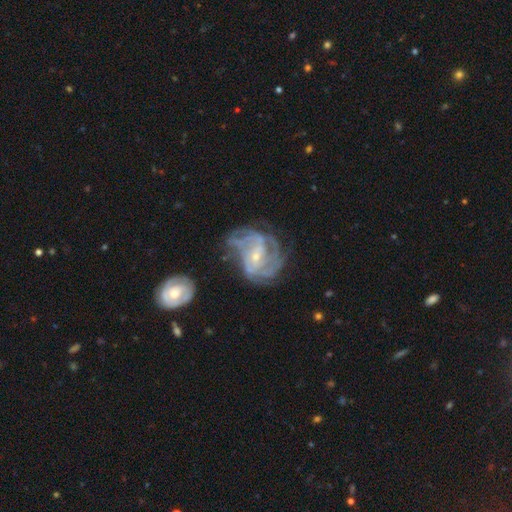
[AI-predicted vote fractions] A featured or disk galaxy (86%) with a weak bar (48%), tight (48%) spiral arms (93%) and a small central bulge (71%).

Vote fractions:
- Smooth or featured? featured or disk: 86% / smooth: 7% / star or artifact: 7%
- Edge-on disk? no: 98% / yes: 2%
- Bar? weak: 48% / no: 37% / strong: 15%
- Spiral arms? yes: 93% / no: 7%
- Spiral winding? tight: 48% / medium: 39% / loose: 12%
- Spiral arm count? can't tell: 31% / 3: 22% / 2: 19% / 4: 17% / more than 4: 6% / 1: 5%
- Bulge size? small: 71% / moderate: 24% / none: 3% / large: 1% / dominant: 1%
- Merging? none: 50% / minor disturbance: 22% / major disturbance: 22% / merger: 7%